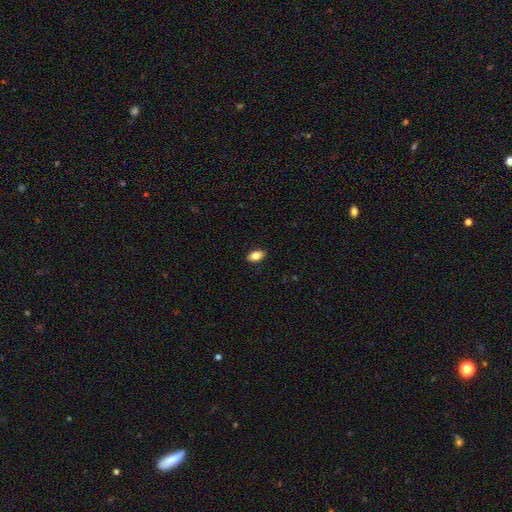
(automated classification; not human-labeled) Smooth or featured? smooth (79%)
How rounded? in between (90%)
Merging? none (89%)